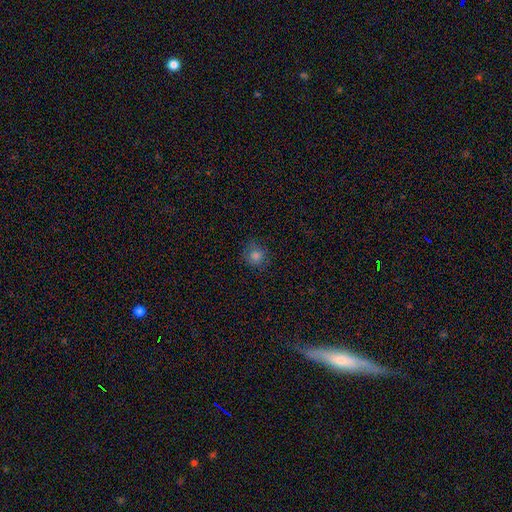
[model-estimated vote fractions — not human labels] The model was most divided on "smooth or featured": smooth: 76%, star or artifact: 15%, featured or disk: 8%. More confident: how rounded — round (89%); merging — none (81%).